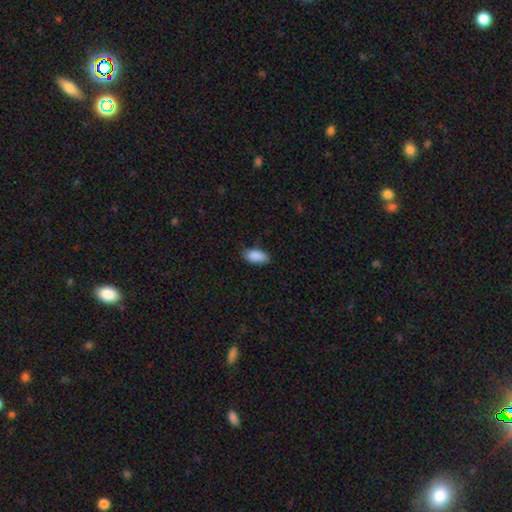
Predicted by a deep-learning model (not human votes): This is clearly a smooth galaxy (90%). How rounded: clearly in between (92%). Merging: likely none (80%).